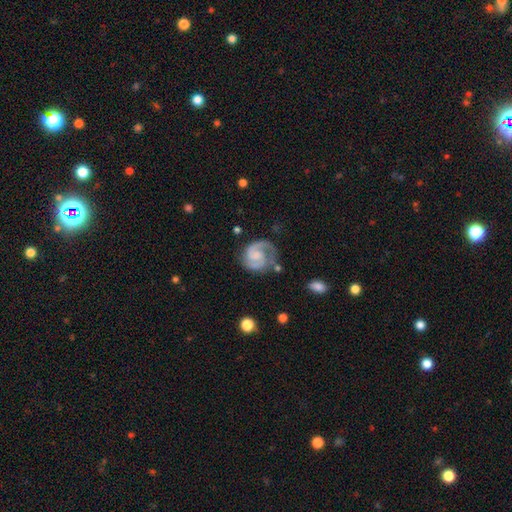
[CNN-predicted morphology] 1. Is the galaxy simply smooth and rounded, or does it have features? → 85% featured or disk, 10% smooth, 5% star or artifact.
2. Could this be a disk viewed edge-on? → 98% no, 2% yes.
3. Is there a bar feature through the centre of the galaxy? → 53% no, 38% weak, 9% strong.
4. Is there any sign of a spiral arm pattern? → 97% yes, 3% no.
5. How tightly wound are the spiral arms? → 47% medium, 41% tight, 12% loose.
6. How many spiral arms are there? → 81% 2, 11% 1, 4% can't tell, 3% 3, 1% 4, 1% more than 4.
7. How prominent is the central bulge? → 45% none, 29% small, 20% moderate, 5% large, 1% dominant.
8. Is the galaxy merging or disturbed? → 65% none, 19% minor disturbance, 12% major disturbance, 4% merger.